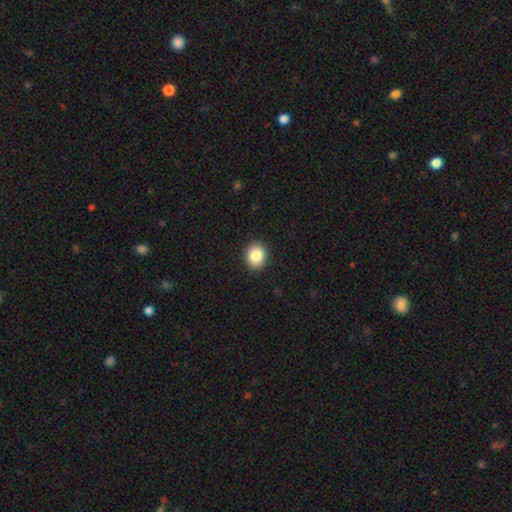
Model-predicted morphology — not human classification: This is clearly a smooth galaxy (86%). How rounded: possibly round (60%). Merging: clearly none (91%).